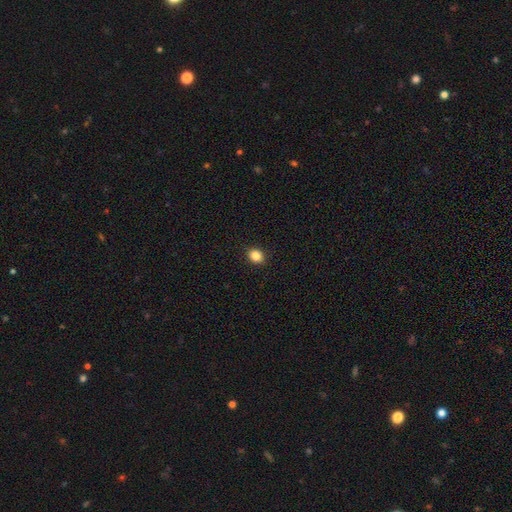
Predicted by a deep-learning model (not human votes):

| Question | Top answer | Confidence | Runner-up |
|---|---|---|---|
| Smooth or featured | smooth | 85% | star or artifact (10%) |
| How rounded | round | 56% | in between (43%) |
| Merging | none | 91% | minor disturbance (6%) |